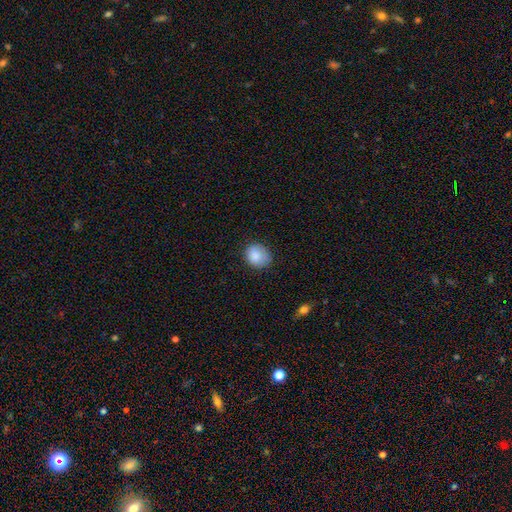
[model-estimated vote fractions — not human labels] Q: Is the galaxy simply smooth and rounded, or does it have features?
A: smooth — 87%.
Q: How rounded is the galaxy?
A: round — 67%.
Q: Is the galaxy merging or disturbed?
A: none — 76%.